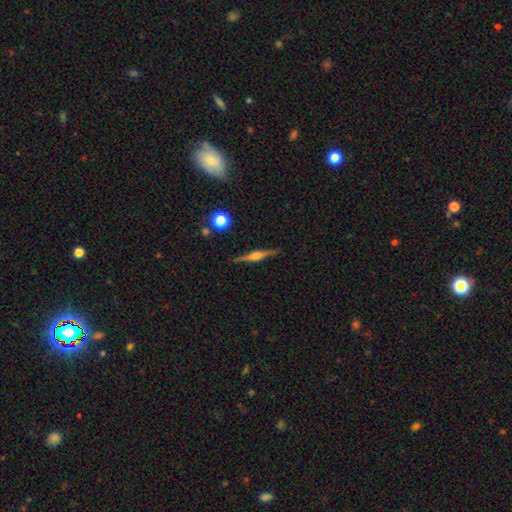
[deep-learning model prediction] smooth-or-featured: featured or disk: 78% | smooth: 15% | star or artifact: 7%
  disk-edge-on: yes: 98% | no: 2%
    edge-on-bulge: rounded: 77% | boxy: 18% | none: 5%
  merging: none: 89% | minor disturbance: 8% | major disturbance: 2% | merger: 1%